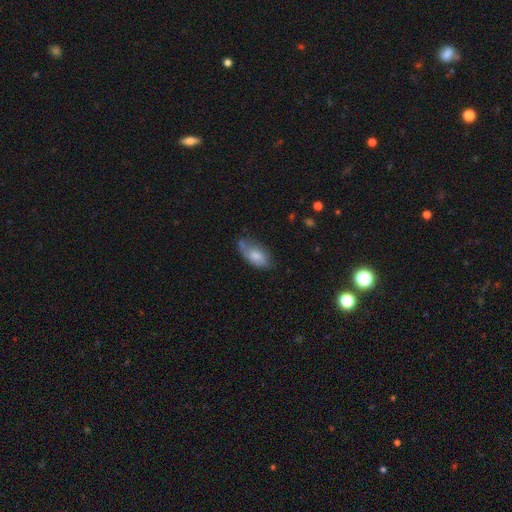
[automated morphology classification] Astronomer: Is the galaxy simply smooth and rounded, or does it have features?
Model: smooth — 72%.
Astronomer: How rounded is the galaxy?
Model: in between — 91%.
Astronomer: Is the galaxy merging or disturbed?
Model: none — 52% (runner-up: minor disturbance, 34%).